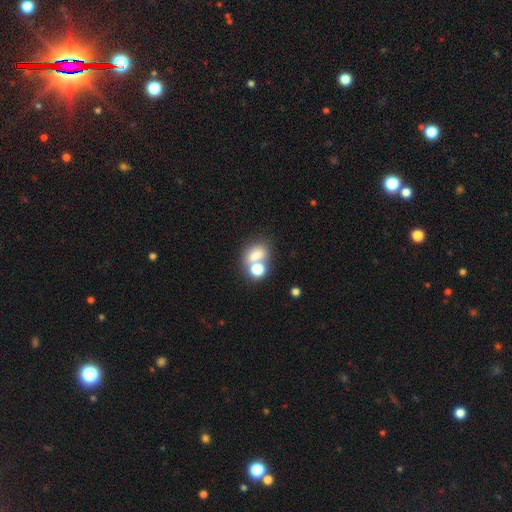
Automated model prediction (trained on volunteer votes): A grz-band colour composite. It shows a smooth galaxy with no disk features (71%) that is in between round and cigar-shaped (60%). Merging: merger (45%).